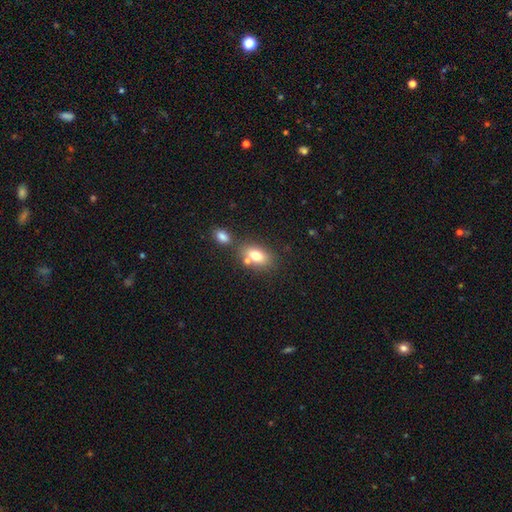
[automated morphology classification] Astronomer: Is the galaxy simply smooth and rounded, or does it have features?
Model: smooth — 77%.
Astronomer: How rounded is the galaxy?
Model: in between — 84%.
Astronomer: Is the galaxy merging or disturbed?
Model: none — 58%.